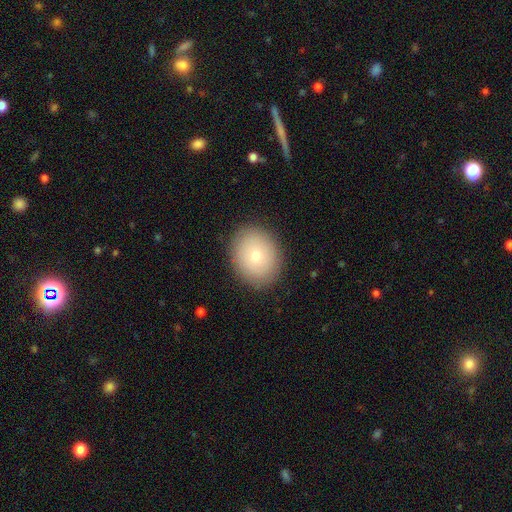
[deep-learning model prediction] A smooth galaxy with no disk features (72%) that is round (55%). Merging: none (88%).